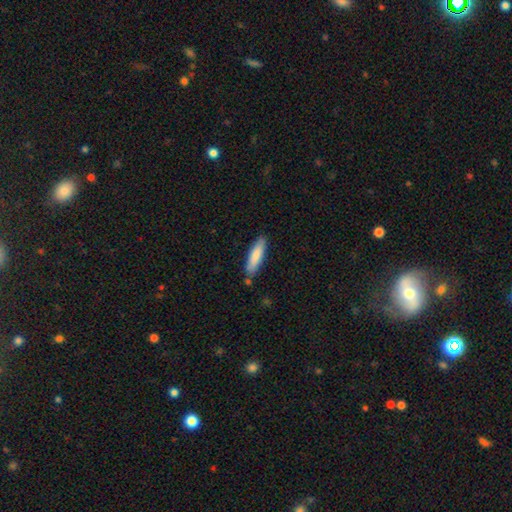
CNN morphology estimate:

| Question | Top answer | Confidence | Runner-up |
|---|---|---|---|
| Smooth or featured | smooth | 81% | featured or disk (14%) |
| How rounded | cigar-shaped | 73% | in between (26%) |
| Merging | none | 81% | minor disturbance (13%) |